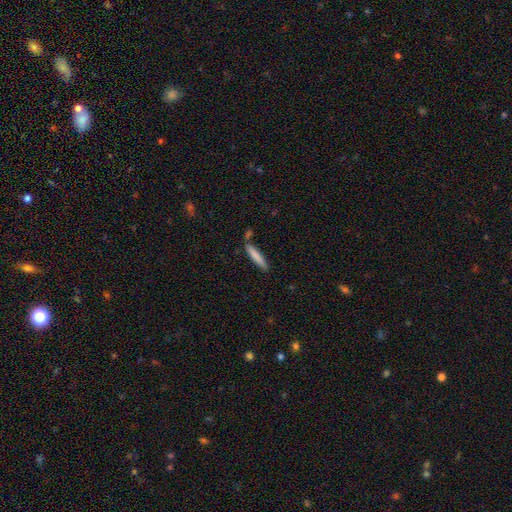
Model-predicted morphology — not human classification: smooth_or_featured: smooth (p=0.80) [alt: featured or disk p=0.15]
how_rounded: cigar-shaped (p=0.92) [alt: in between p=0.07]
merging: none (p=0.80) [alt: minor disturbance p=0.11]